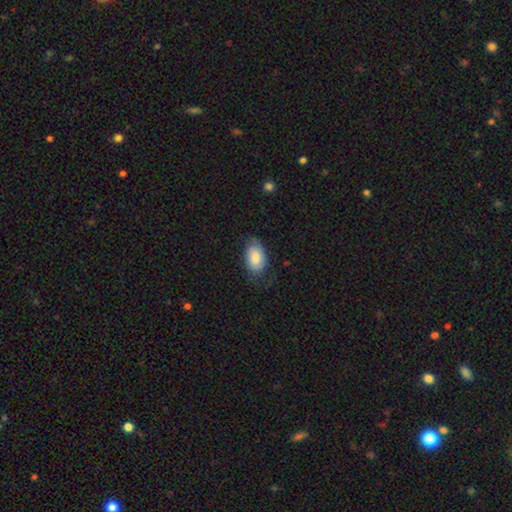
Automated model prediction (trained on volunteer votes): Smooth or featured: smooth — 75% (featured or disk — 18%)
How rounded: in between — 92% (round — 6%)
Merging: none — 61% (minor disturbance — 27%)